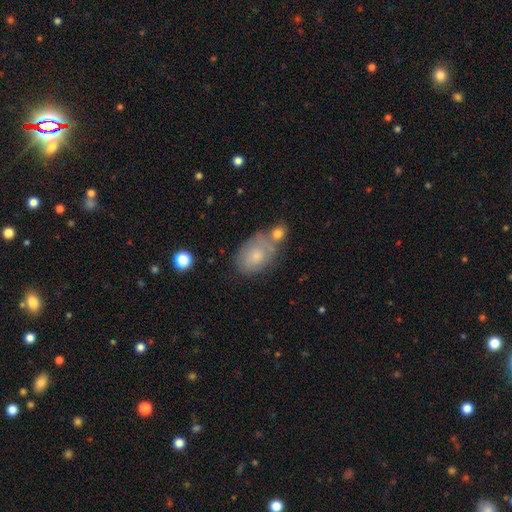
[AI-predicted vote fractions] Smooth or featured? smooth (71%)
How rounded? in between (82%)
Merging? none (45%)